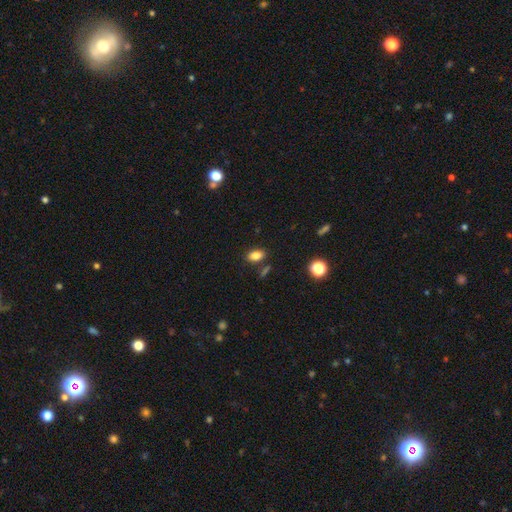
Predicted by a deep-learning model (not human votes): smooth-or-featured: smooth: 83% | star or artifact: 10% | featured or disk: 7%
  how-rounded: in between: 86% | round: 10% | cigar-shaped: 4%
  merging: none: 82% | minor disturbance: 9% | merger: 6% | major disturbance: 3%